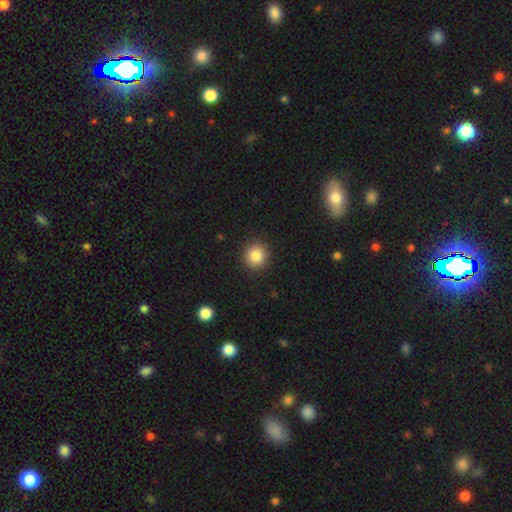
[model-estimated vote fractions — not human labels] A smooth galaxy with no disk features (85%) that is round (93%). Merging: none (91%).